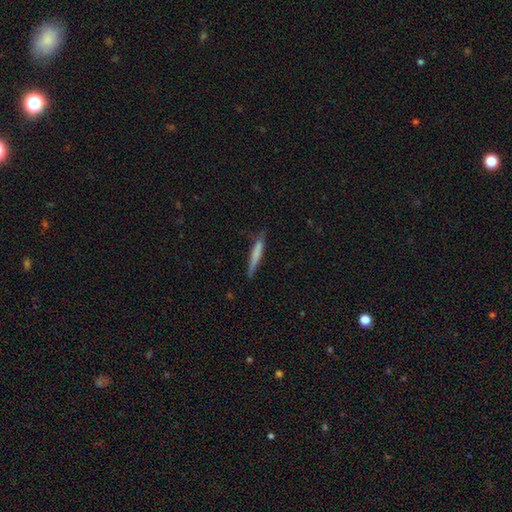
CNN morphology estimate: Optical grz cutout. It shows a smooth galaxy with no disk features (64%) that is cigar-shaped (95%). Merging: none (78%).